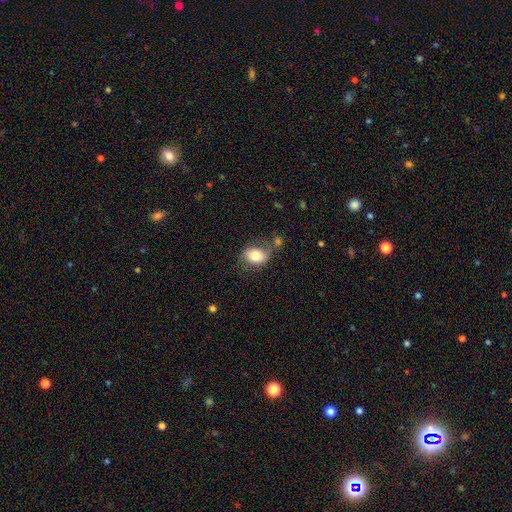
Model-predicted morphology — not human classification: type=smooth (73%); roundness=in between (64%); merging=none (54%).